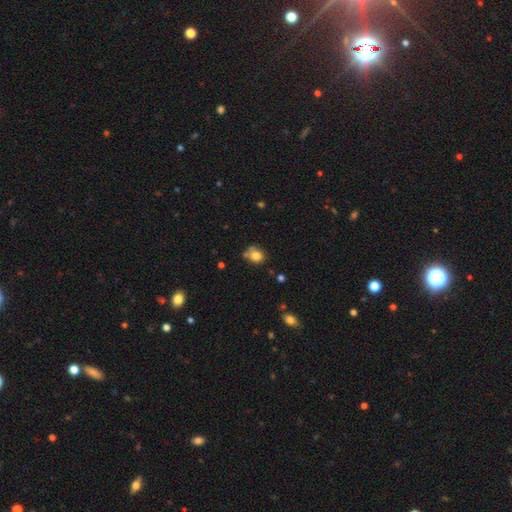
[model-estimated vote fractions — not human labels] This is likely a smooth galaxy (78%). How rounded: likely round (61%). Merging: possibly none (53%).